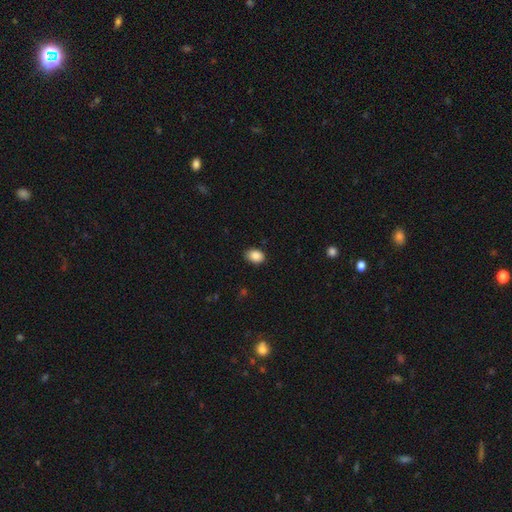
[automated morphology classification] smooth-or-featured: smooth: 89% | star or artifact: 8% | featured or disk: 3%
  how-rounded: in between: 74% | round: 25% | cigar-shaped: 1%
  merging: none: 84% | minor disturbance: 13% | major disturbance: 2% | merger: 1%